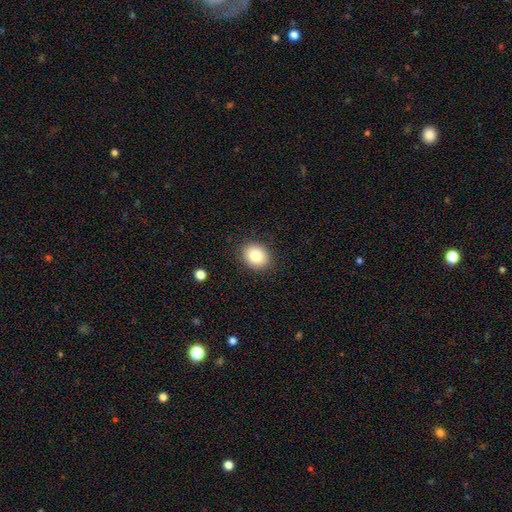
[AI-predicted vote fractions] Smooth or featured?
  - smooth: 84% *
  - star or artifact: 9%
  - featured or disk: 7%
How rounded?
  - round: 55% *
  - in between: 44%
  - cigar-shaped: 1%
Merging?
  - none: 88% *
  - minor disturbance: 8%
  - major disturbance: 2%
  - merger: 1%